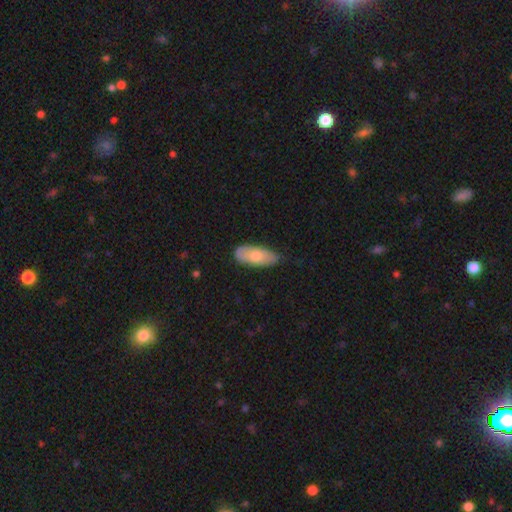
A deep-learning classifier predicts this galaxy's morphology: type=smooth (69%); roundness=in between (84%); merging=none (71%).